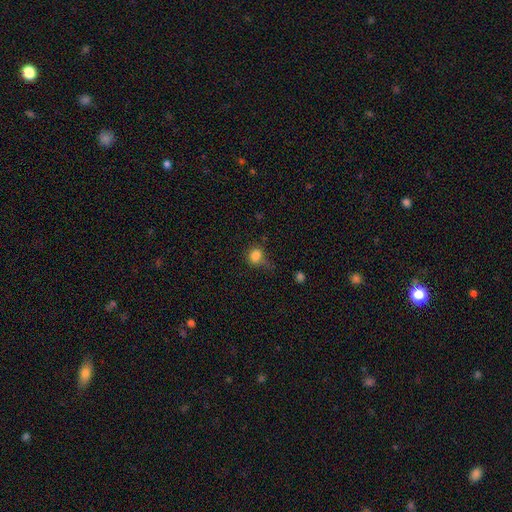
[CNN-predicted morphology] smooth-or-featured: smooth: 83% | star or artifact: 12% | featured or disk: 6%
  how-rounded: round: 82% | in between: 17% | cigar-shaped: 1%
  merging: none: 57% | minor disturbance: 28% | major disturbance: 11% | merger: 4%